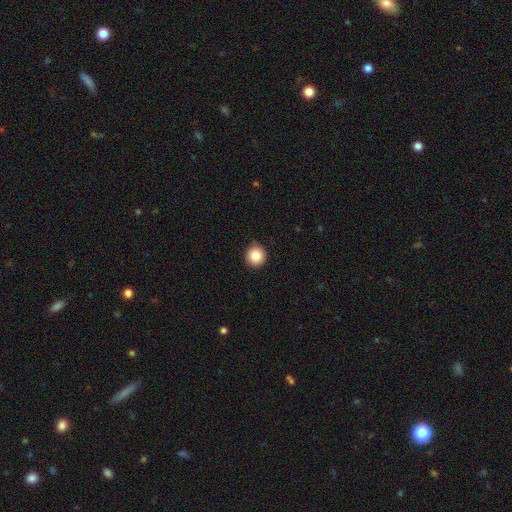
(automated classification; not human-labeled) A smooth galaxy with no disk features (85%) that is round (92%).

Vote fractions:
- Smooth or featured? smooth: 85% / star or artifact: 9% / featured or disk: 5%
- How rounded? round: 92% / in between: 7% / cigar-shaped: 1%
- Merging? none: 90% / minor disturbance: 8% / major disturbance: 2% / merger: 1%